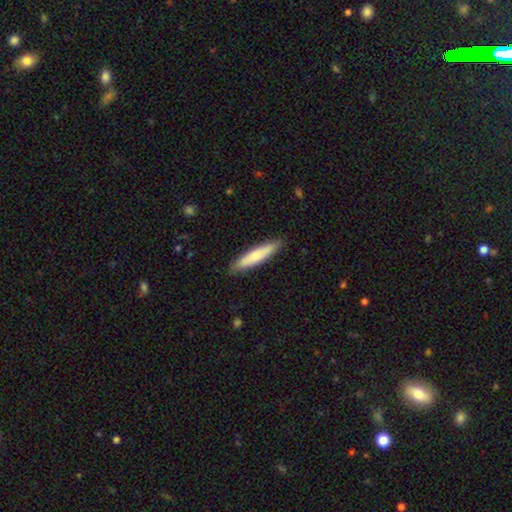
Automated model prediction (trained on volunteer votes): Morphology: type=smooth (67%); roundness=cigar-shaped (86%); merging=none (87%).